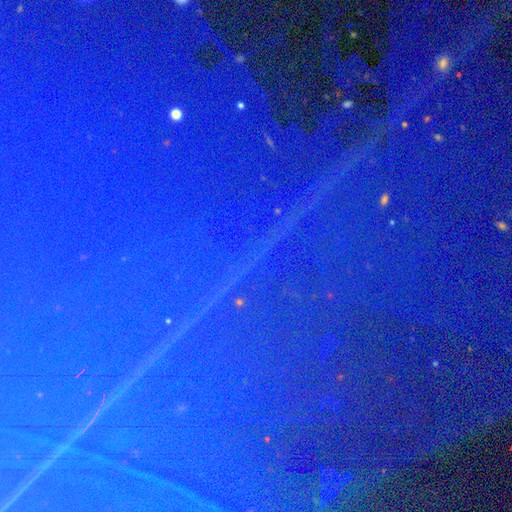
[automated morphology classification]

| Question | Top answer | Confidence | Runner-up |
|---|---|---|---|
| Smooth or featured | star or artifact | 89% | featured or disk (6%) |